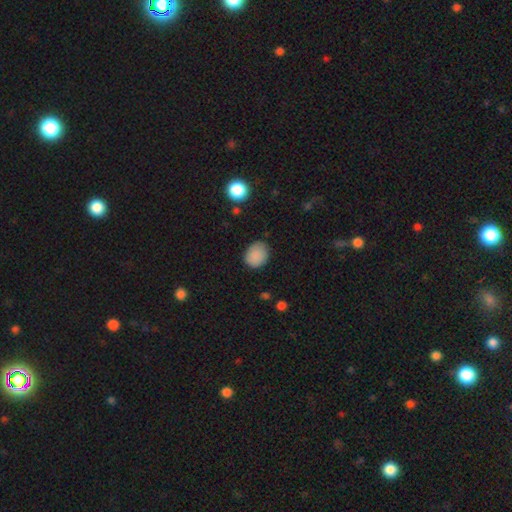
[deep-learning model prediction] This appears to be a smooth galaxy with no disk features (87%) that is round (57%). Merging: none (79%).